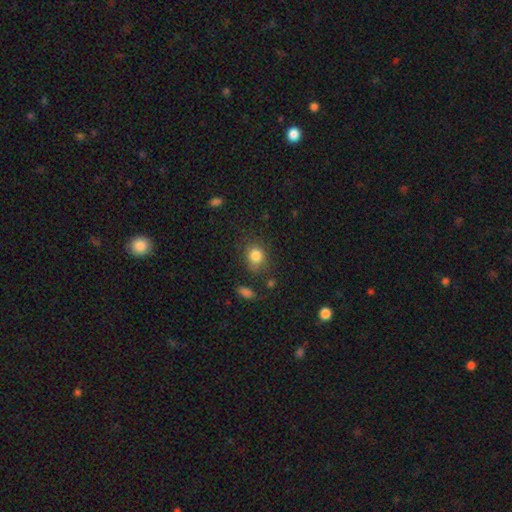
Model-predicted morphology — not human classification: This appears to be a smooth galaxy with no disk features (83%) that is round (63%). Merging: none (71%).